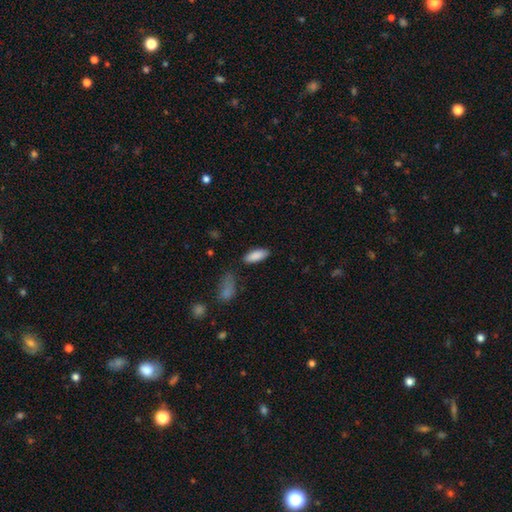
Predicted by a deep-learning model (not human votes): Q: Smooth or featured?
A: smooth (88%); runner-up: star or artifact (6%)
Q: How rounded?
A: in between (78%); runner-up: cigar-shaped (20%)
Q: Merging?
A: none (81%); runner-up: minor disturbance (13%)